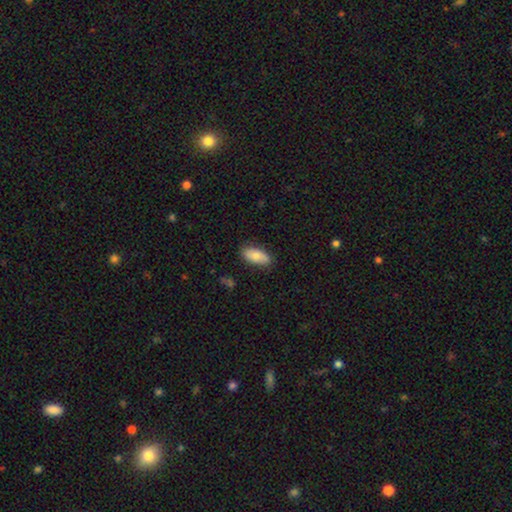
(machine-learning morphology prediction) Q: Smooth or featured?
A: smooth (80%); runner-up: featured or disk (14%)
Q: How rounded?
A: in between (89%); runner-up: cigar-shaped (8%)
Q: Merging?
A: none (83%); runner-up: minor disturbance (13%)